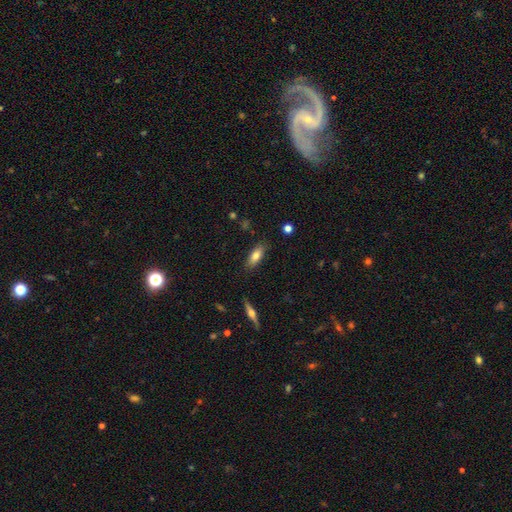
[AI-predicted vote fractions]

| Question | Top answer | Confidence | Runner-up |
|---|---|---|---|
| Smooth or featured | smooth | 76% | featured or disk (16%) |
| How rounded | in between | 73% | cigar-shaped (25%) |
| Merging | none | 83% | minor disturbance (13%) |